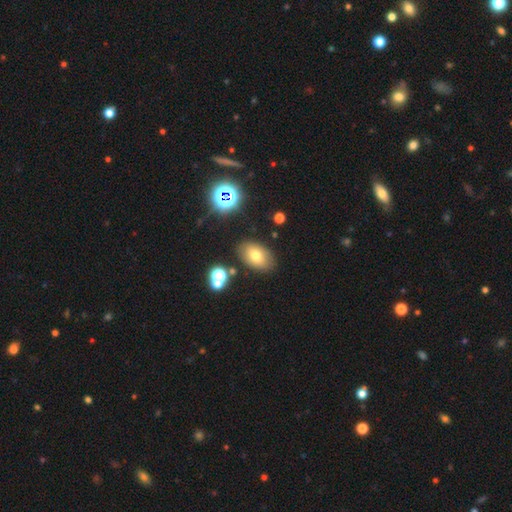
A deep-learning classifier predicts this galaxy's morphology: Smooth or featured? smooth (70%)
How rounded? in between (87%)
Merging? none (82%)